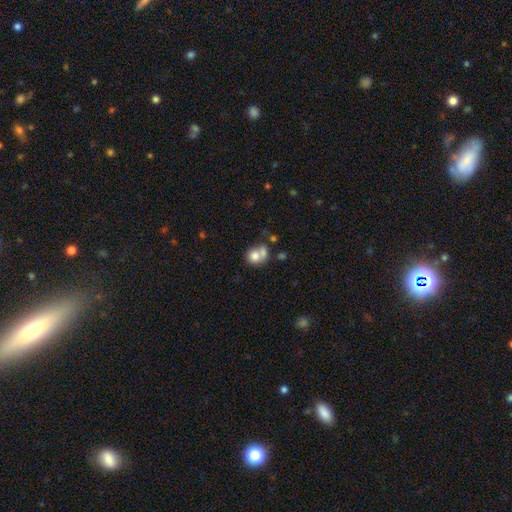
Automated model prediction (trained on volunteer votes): Smooth or featured? smooth (74%)
How rounded? round (71%)
Merging? merger (51%)